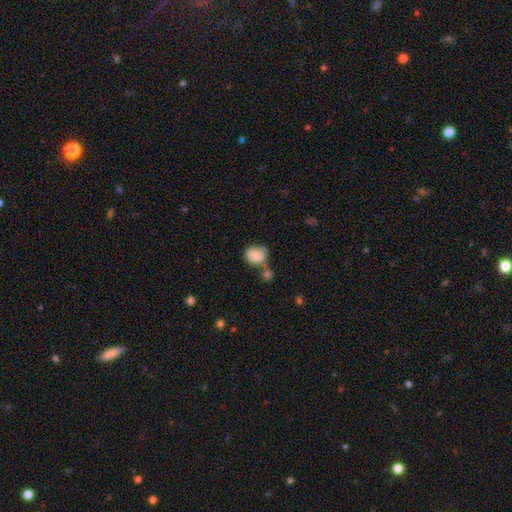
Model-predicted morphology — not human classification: Smooth or featured? Predicted: smooth (p=0.83). How rounded? Predicted: in between (p=0.52). Merging? Predicted: merger (p=0.35, tied with none).